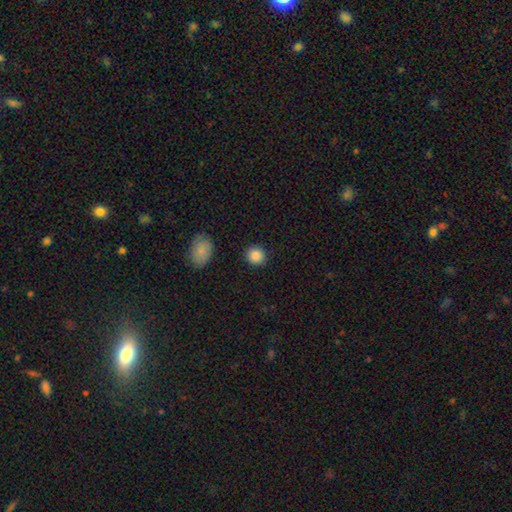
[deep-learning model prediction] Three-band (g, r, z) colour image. It shows a smooth galaxy with no disk features (87%) that is round (87%). Merging: none (89%).